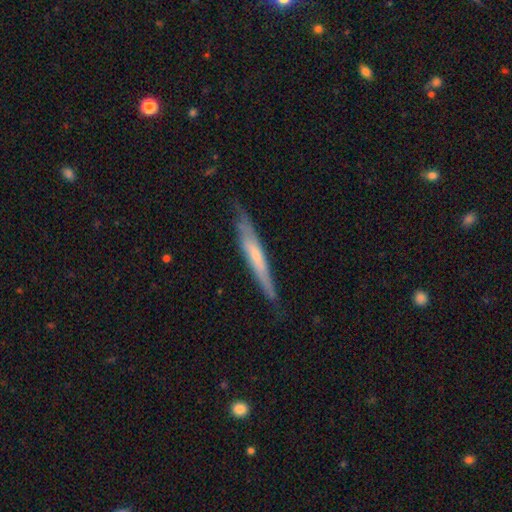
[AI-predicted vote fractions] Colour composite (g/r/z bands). It shows a featured or disk galaxy (54%) viewed edge-on (85%). Merging: none (75%).